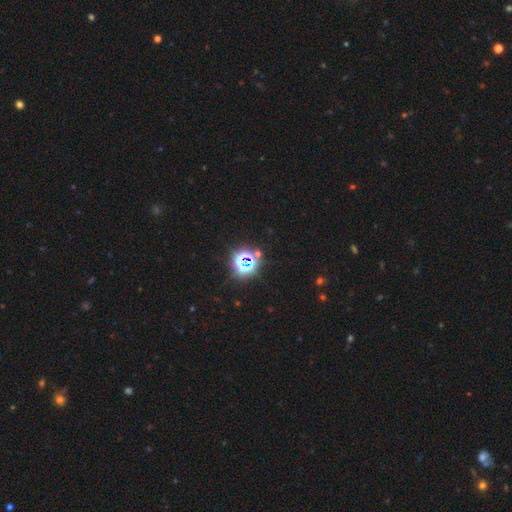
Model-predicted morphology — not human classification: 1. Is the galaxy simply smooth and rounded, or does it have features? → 74% star or artifact, 18% smooth, 8% featured or disk.